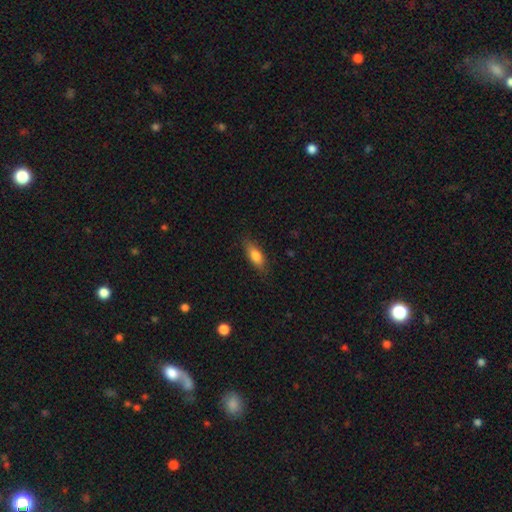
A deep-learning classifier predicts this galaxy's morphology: The model was most divided on "how rounded": in between: 70%, cigar-shaped: 27%, round: 3%. More confident: merging — none (82%); smooth or featured — smooth (78%).